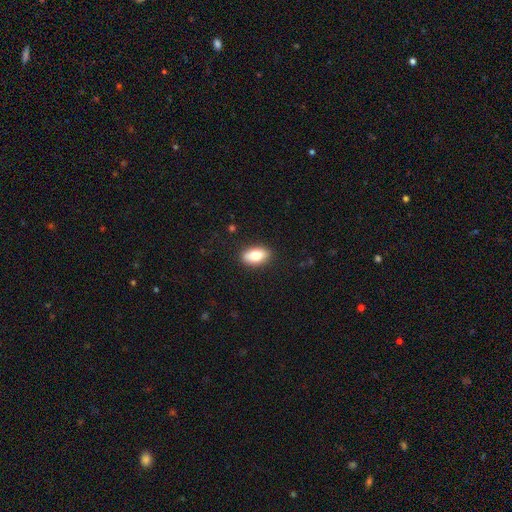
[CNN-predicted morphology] Smooth or featured?
  - smooth: 80% *
  - featured or disk: 13%
  - star or artifact: 7%
How rounded?
  - in between: 90% *
  - round: 6%
  - cigar-shaped: 4%
Merging?
  - none: 88% *
  - minor disturbance: 9%
  - major disturbance: 2%
  - merger: 1%